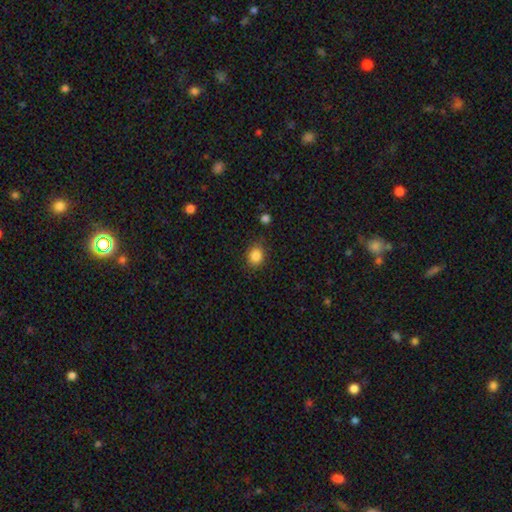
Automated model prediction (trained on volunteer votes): Smooth or featured? smooth (86%)
How rounded? round (56%)
Merging? none (82%)